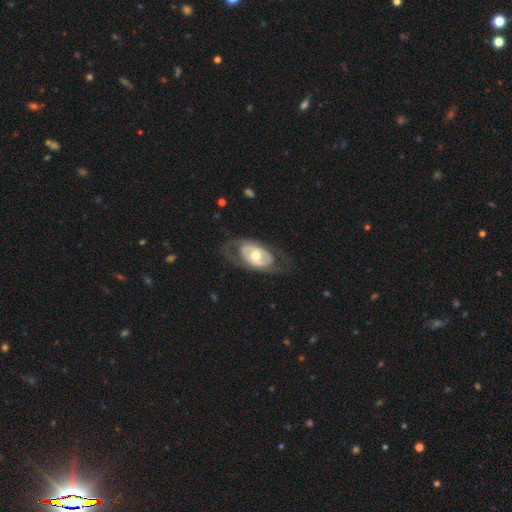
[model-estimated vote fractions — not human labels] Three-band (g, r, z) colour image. It shows a featured or disk galaxy (70%) with no bar (74%), no spiral arms (58%) and a moderate central bulge (74%). Merging: none (65%).